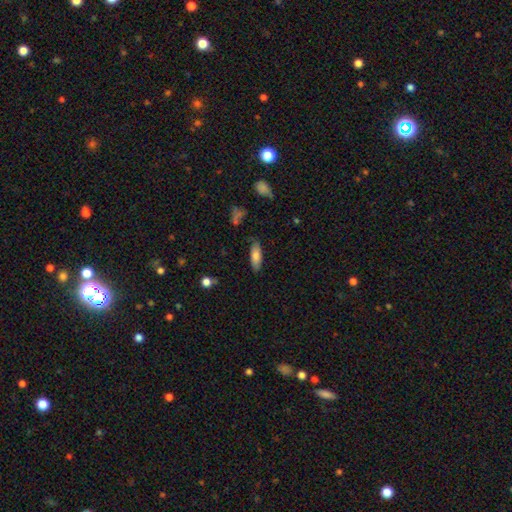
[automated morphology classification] Smooth or featured? smooth (79%)
How rounded? in between (69%)
Merging? none (83%)